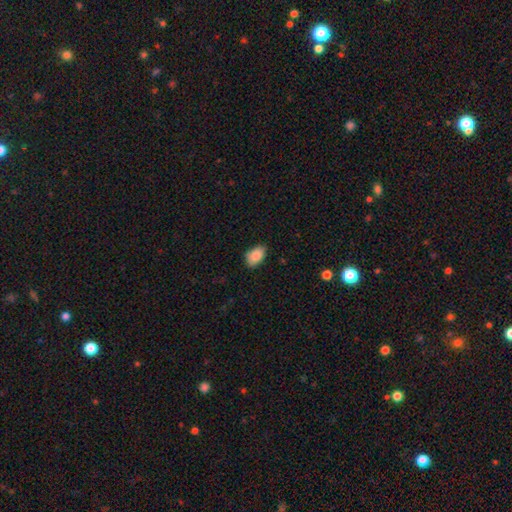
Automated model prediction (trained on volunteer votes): smooth_or_featured: smooth (p=0.86) [alt: star or artifact p=0.07]
how_rounded: in between (p=0.90) [alt: round p=0.09]
merging: none (p=0.79) [alt: minor disturbance p=0.18]